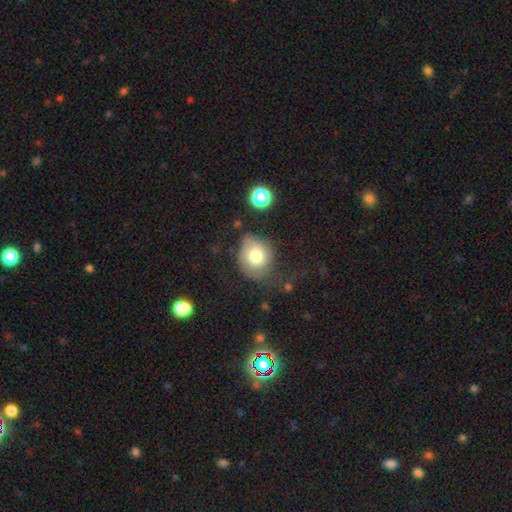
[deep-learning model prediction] Smooth or featured?
  - smooth: 70% *
  - featured or disk: 20%
  - star or artifact: 10%
How rounded?
  - round: 70% *
  - in between: 29%
  - cigar-shaped: 1%
Merging?
  - none: 48% *
  - minor disturbance: 29%
  - major disturbance: 19%
  - merger: 4%